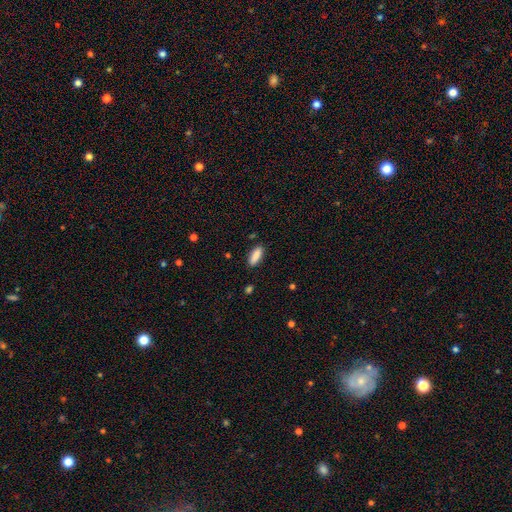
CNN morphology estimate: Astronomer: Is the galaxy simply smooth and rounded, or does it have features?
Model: smooth — 89%.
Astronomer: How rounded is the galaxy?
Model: in between — 71%.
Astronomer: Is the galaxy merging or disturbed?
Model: none — 87%.